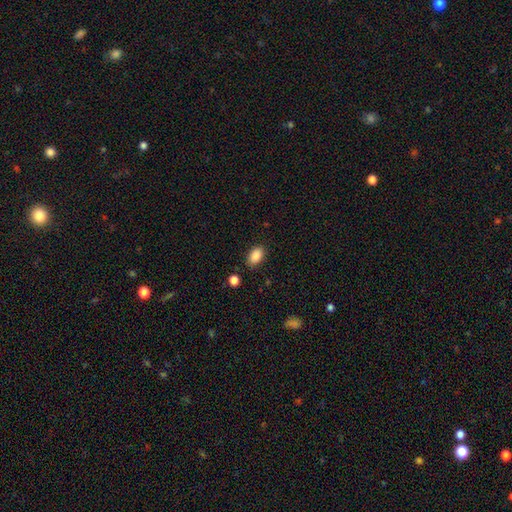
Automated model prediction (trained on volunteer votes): smooth_or_featured: smooth (p=0.88) [alt: star or artifact p=0.08]
how_rounded: in between (p=0.90) [alt: round p=0.08]
merging: none (p=0.85) [alt: minor disturbance p=0.11]